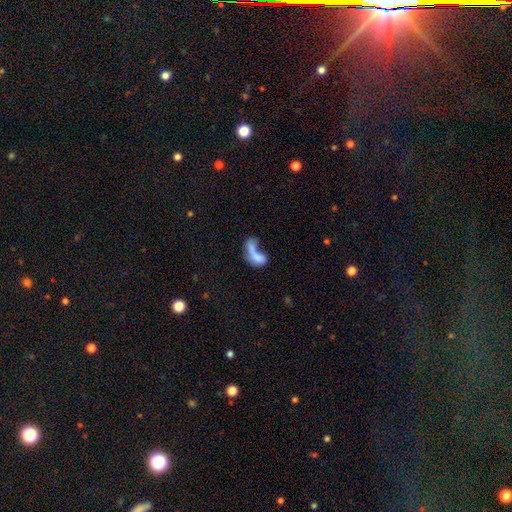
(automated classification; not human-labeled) smooth_or_featured: smooth (p=0.64) [alt: featured or disk p=0.26]
how_rounded: in between (p=0.70) [alt: cigar-shaped p=0.18]
merging: merger (p=0.49) [alt: major disturbance p=0.23]